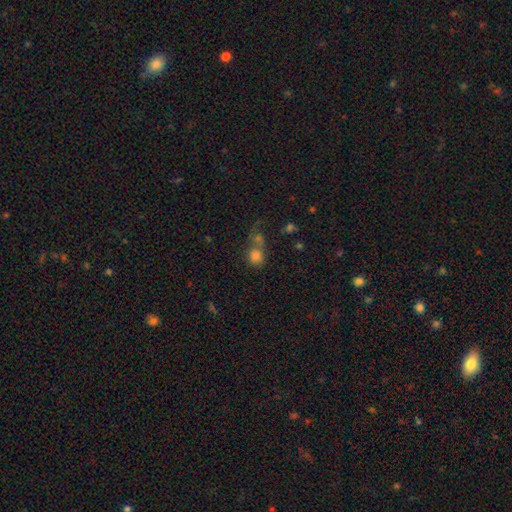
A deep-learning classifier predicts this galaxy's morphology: Smooth or featured: smooth — 77% (star or artifact — 12%)
How rounded: round — 78% (in between — 21%)
Merging: merger — 53% (none — 32%)